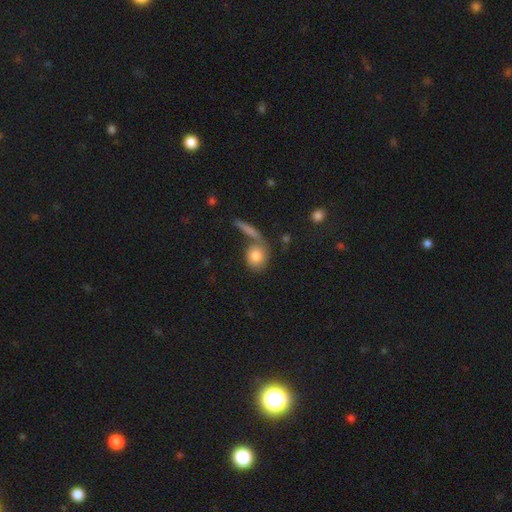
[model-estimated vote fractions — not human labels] Smooth or featured?
  - smooth: 80% *
  - featured or disk: 12%
  - star or artifact: 8%
How rounded?
  - round: 62% *
  - in between: 34%
  - cigar-shaped: 4%
Merging?
  - none: 57% *
  - merger: 25%
  - minor disturbance: 12%
  - major disturbance: 6%